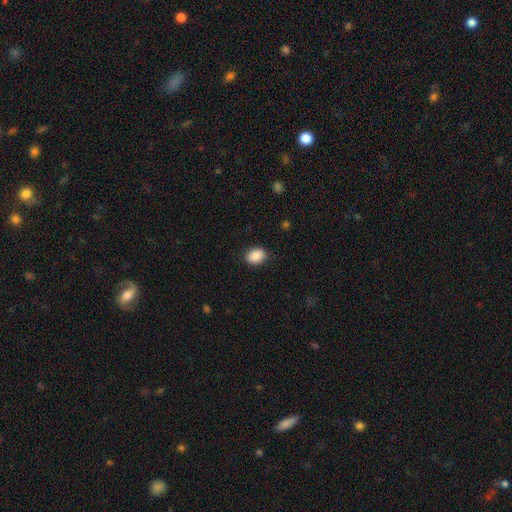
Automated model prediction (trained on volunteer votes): Overall: smooth (89%). How rounded: in between (79%). Merging: none (87%).